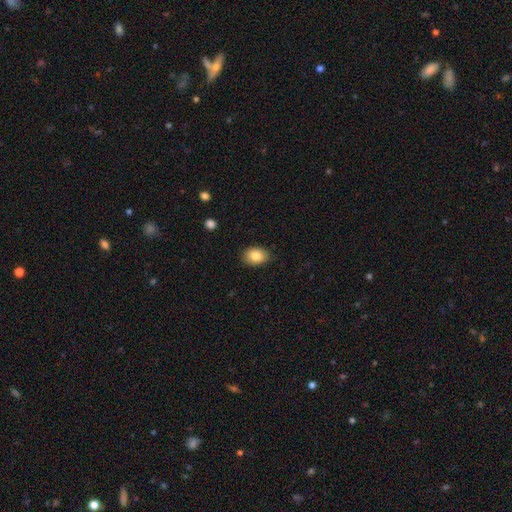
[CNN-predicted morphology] Q: Smooth or featured?
A: smooth (85%); runner-up: star or artifact (8%)
Q: How rounded?
A: in between (80%); runner-up: round (19%)
Q: Merging?
A: none (83%); runner-up: minor disturbance (13%)